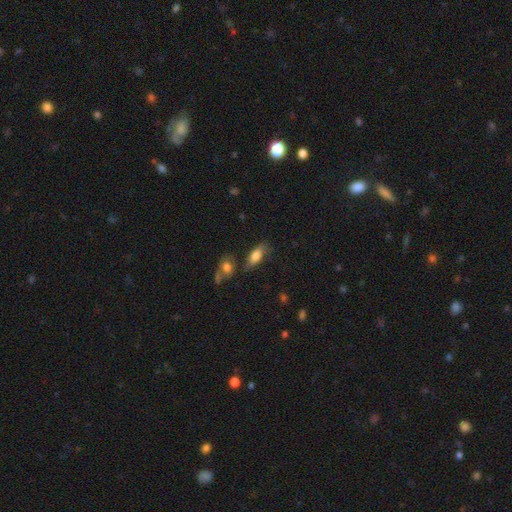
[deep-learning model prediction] smooth_or_featured: smooth (p=0.74) [alt: featured or disk p=0.18]
how_rounded: in between (p=0.81) [alt: cigar-shaped p=0.14]
merging: none (p=0.55) [alt: minor disturbance p=0.24]